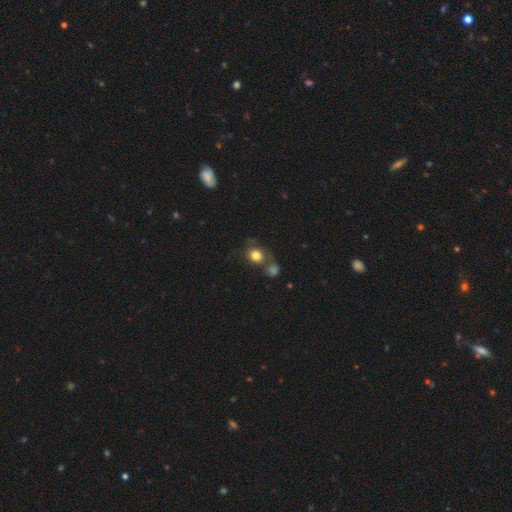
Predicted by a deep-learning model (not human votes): Smooth or featured? Predicted: smooth (p=0.80). How rounded? Predicted: round (p=0.77). Merging? Predicted: none (p=0.56).